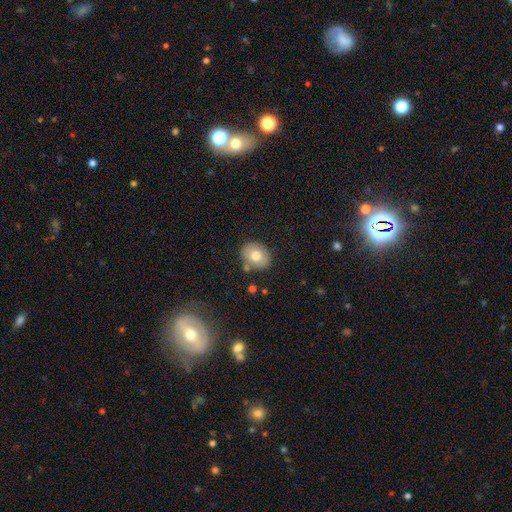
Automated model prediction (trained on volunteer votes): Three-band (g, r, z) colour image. It shows a smooth galaxy with no disk features (74%) that is round (55%). Merging: none (80%).